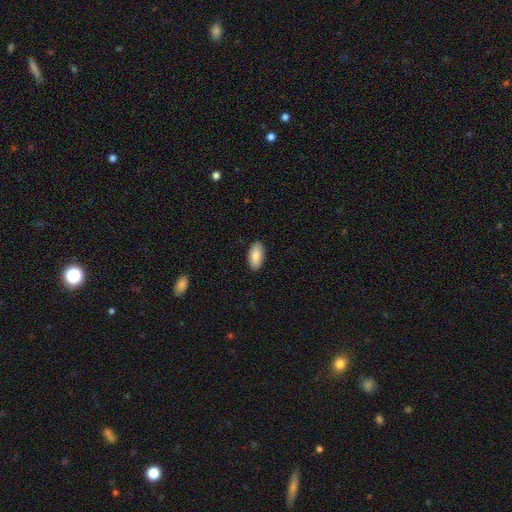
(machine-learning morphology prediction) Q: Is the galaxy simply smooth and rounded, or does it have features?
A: smooth — 84%.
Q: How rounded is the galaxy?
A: in between — 93%.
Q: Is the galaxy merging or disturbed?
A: none — 90%.